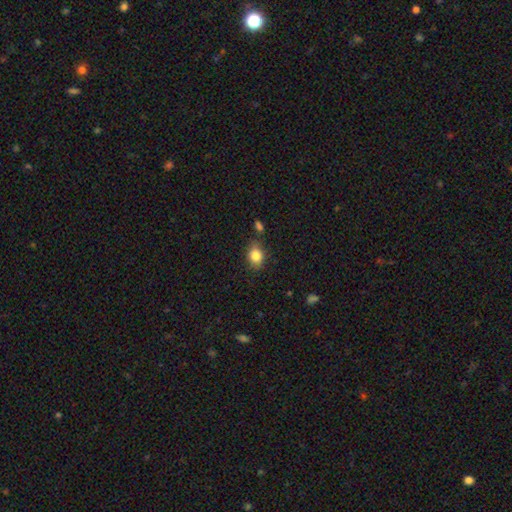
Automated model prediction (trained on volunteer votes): Q: Smooth or featured?
A: smooth (84%); runner-up: star or artifact (9%)
Q: How rounded?
A: in between (61%); runner-up: round (38%)
Q: Merging?
A: none (76%); runner-up: minor disturbance (15%)